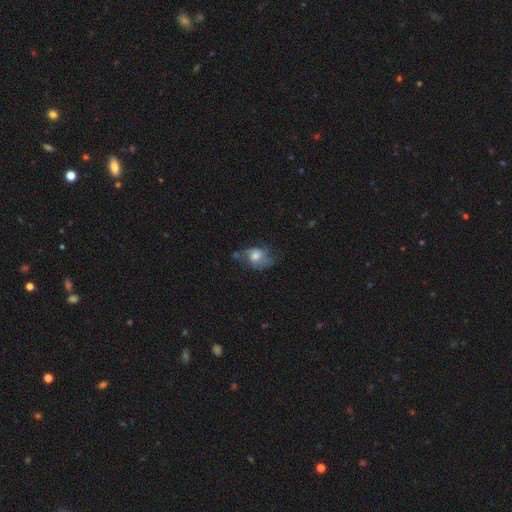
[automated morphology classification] Smooth or featured?
  - featured or disk: 47% *
  - smooth: 44%
  - star or artifact: 9%
Merging?
  - none: 42% *
  - minor disturbance: 29%
  - major disturbance: 25%
  - merger: 4%